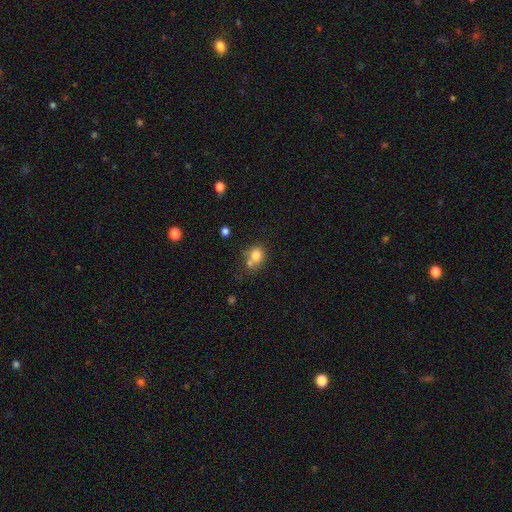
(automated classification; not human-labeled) Smooth or featured: smooth — 78% (star or artifact — 11%)
How rounded: round — 61% (in between — 38%)
Merging: none — 47% (merger — 33%)